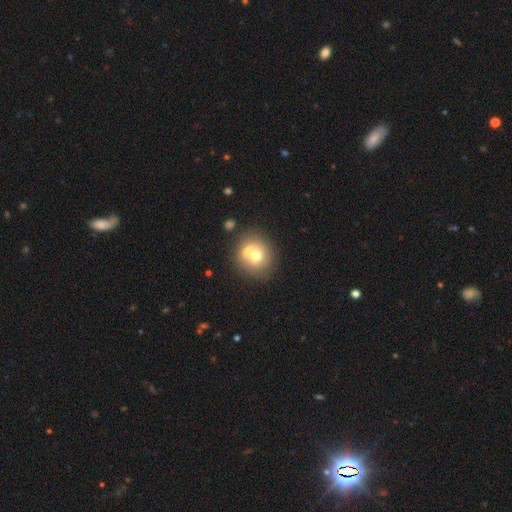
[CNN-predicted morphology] Smooth or featured? smooth (65%)
How rounded? round (81%)
Merging? merger (55%)